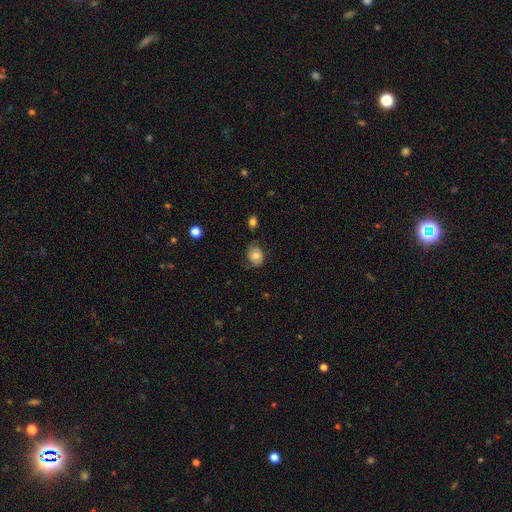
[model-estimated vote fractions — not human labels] Smooth or featured? smooth (57%)
How rounded? in between (53%)
Merging? none (62%)